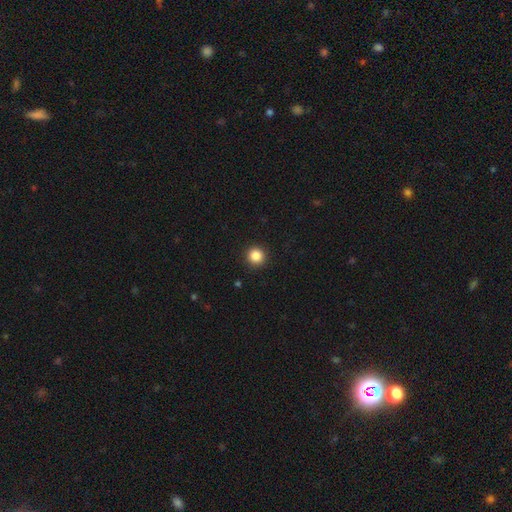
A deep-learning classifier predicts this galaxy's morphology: smooth-or-featured: smooth: 86% | star or artifact: 11% | featured or disk: 4%
  how-rounded: round: 96% | in between: 3% | cigar-shaped: 1%
  merging: none: 93% | minor disturbance: 4% | major disturbance: 2% | merger: 1%